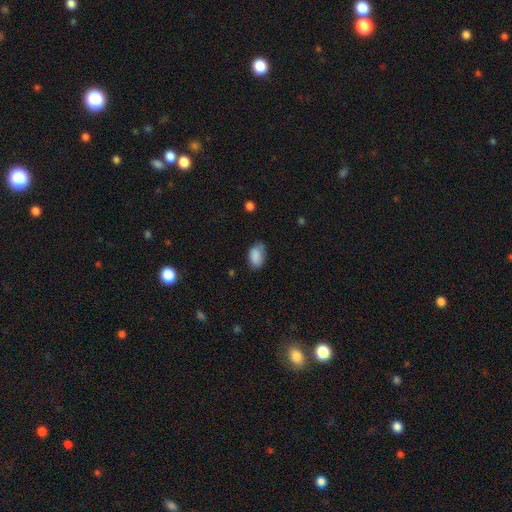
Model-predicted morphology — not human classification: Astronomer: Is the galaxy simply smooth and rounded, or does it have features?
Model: smooth — 86%.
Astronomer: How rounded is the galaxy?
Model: in between — 88%.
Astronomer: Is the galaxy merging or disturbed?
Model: none — 60%.